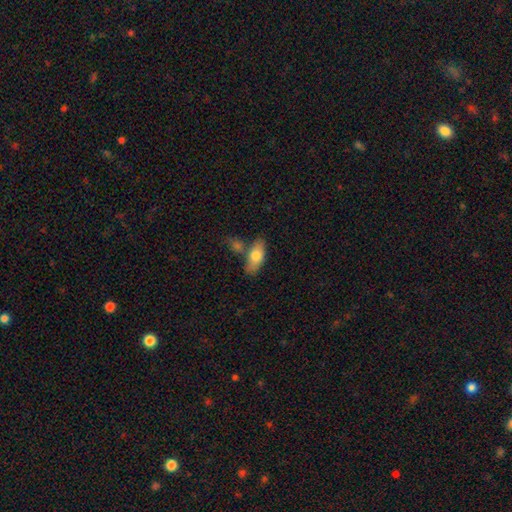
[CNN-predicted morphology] Smooth or featured?
  - smooth: 72% *
  - featured or disk: 22%
  - star or artifact: 6%
How rounded?
  - in between: 80% *
  - cigar-shaped: 16%
  - round: 4%
Merging?
  - none: 63% *
  - merger: 18%
  - minor disturbance: 15%
  - major disturbance: 4%